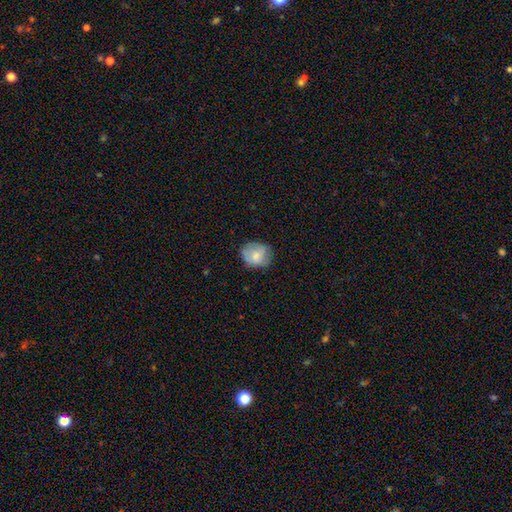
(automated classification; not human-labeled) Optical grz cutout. It shows a smooth galaxy with no disk features (68%) that is round (66%). Merging: none (69%).